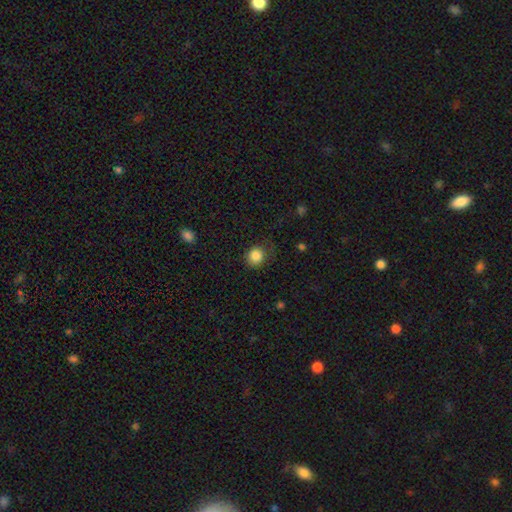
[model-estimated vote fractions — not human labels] Smooth or featured? Predicted: smooth (p=0.85). How rounded? Predicted: round (p=0.85). Merging? Predicted: none (p=0.77).